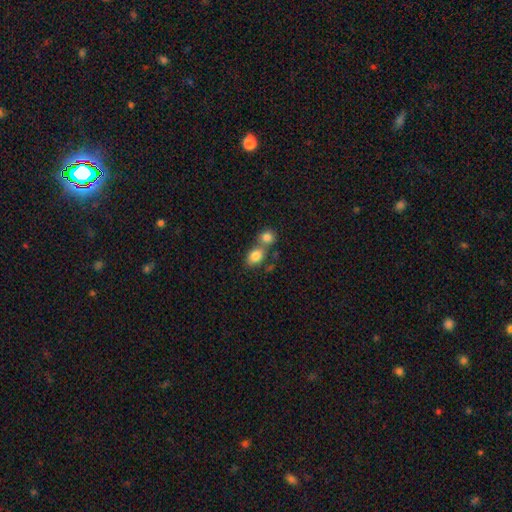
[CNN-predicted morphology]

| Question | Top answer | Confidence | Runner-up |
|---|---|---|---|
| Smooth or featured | smooth | 82% | star or artifact (9%) |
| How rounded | in between | 67% | round (32%) |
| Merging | merger | 49% | none (40%) |